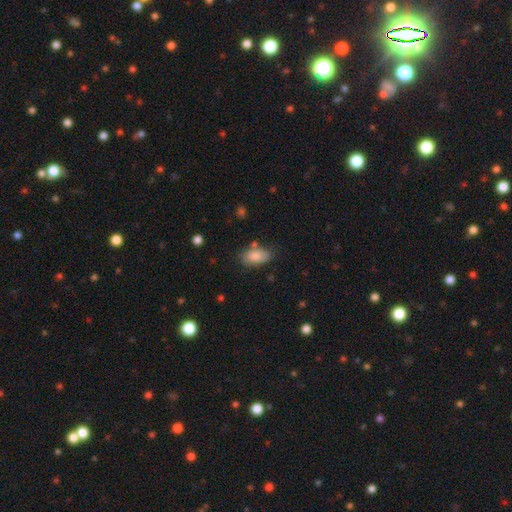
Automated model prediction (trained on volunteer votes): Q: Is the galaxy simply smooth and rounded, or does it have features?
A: smooth — 84%.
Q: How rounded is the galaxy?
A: in between — 92%.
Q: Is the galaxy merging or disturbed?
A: none — 68%.